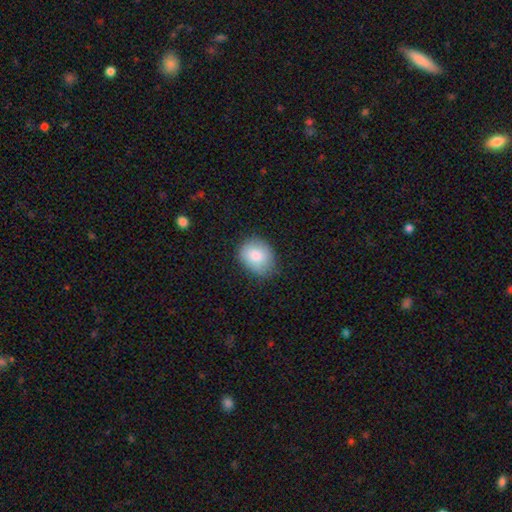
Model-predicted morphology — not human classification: type=smooth (84%); roundness=in between (52%); merging=none (73%).